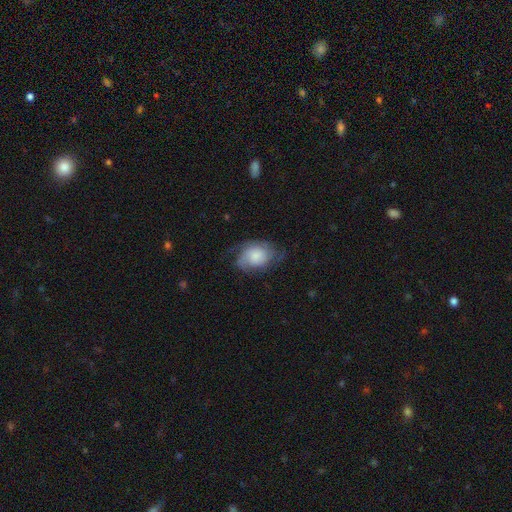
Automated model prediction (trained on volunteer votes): Smooth or featured? featured or disk (46%, tied with smooth)
Merging? none (54%)